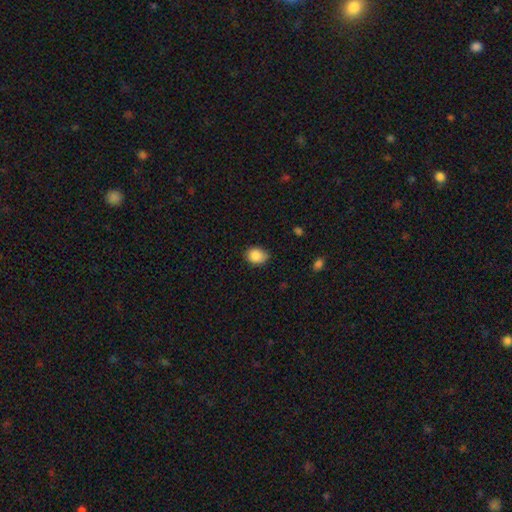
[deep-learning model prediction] Smooth or featured? Predicted: smooth (p=0.87). How rounded? Predicted: in between (p=0.57). Merging? Predicted: none (p=0.79).